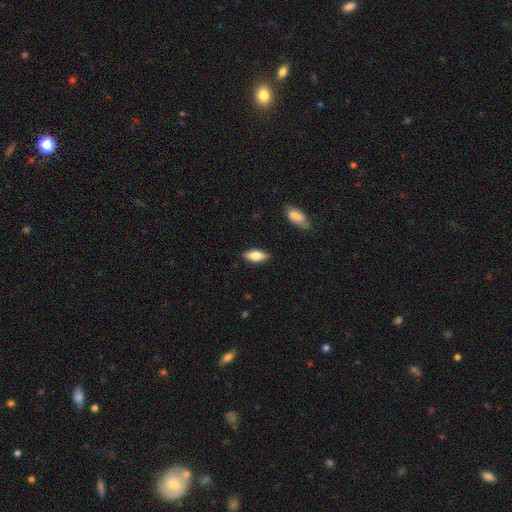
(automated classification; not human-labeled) This appears to be a smooth galaxy with no disk features (73%) that is in between round and cigar-shaped (82%). Merging: none (86%).